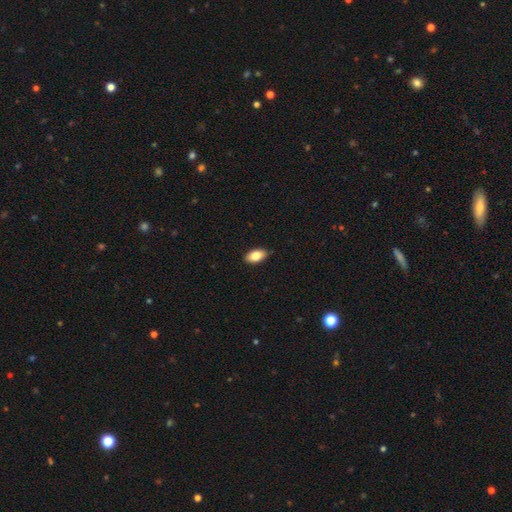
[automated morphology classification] This is clearly a smooth galaxy (83%). How rounded: clearly in between (93%). Merging: clearly none (87%).